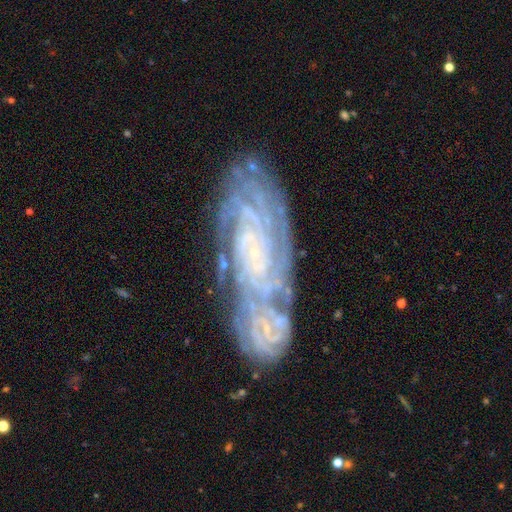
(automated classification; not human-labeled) A featured or disk galaxy (82%) with no bar (62%), tight (79%) spiral arms (96%) and a small central bulge (73%). Merging: none (72%).